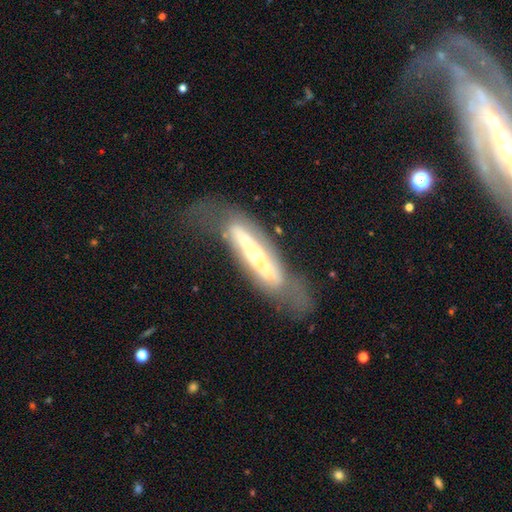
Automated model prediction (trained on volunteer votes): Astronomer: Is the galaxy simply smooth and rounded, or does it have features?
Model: featured or disk — 70%.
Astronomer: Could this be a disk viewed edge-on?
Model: no — 63%.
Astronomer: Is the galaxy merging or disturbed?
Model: none — 49% (runner-up: major disturbance, 26%).